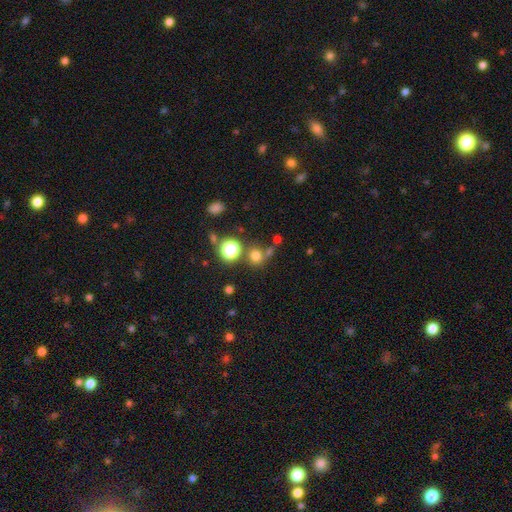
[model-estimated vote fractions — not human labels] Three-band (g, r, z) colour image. It shows a smooth galaxy with no disk features (68%) that is round (86%). Merging: none (64%).